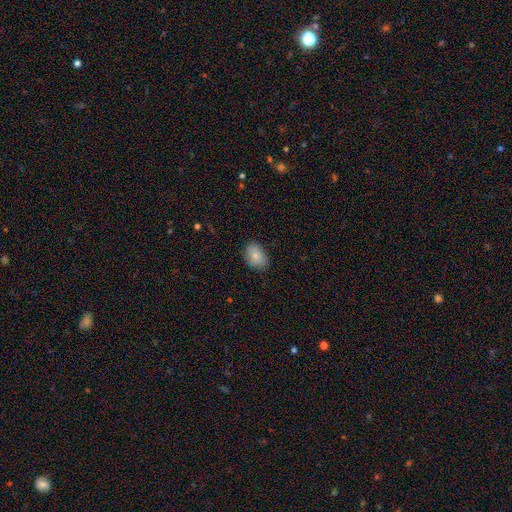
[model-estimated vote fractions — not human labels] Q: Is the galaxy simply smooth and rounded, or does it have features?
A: smooth — 83%.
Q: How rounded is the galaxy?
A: in between — 79%.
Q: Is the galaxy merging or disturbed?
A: none — 78%.